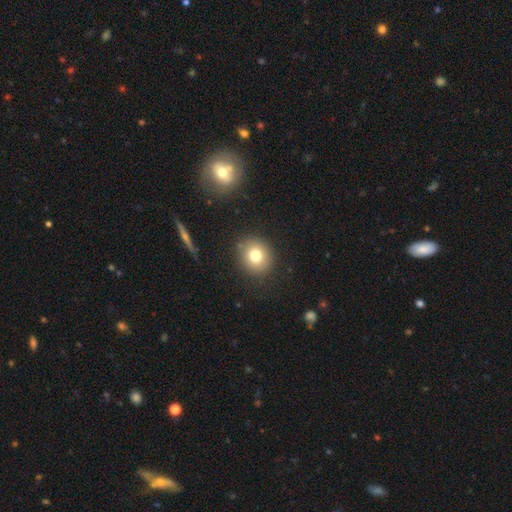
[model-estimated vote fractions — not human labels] Smooth or featured? smooth (77%)
How rounded? round (81%)
Merging? none (86%)